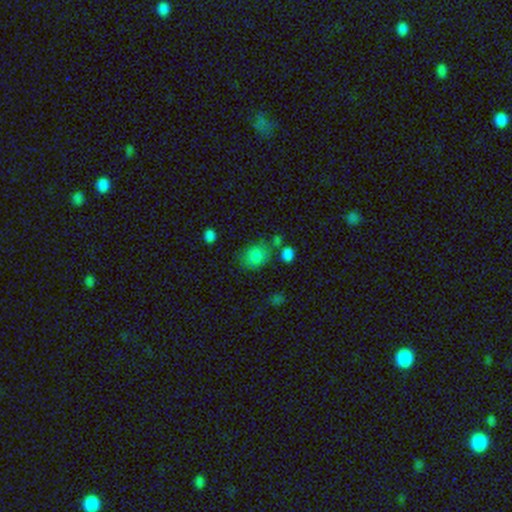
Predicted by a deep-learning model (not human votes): Morphology: type=smooth (84%); roundness=round (54%); merging=none (65%).